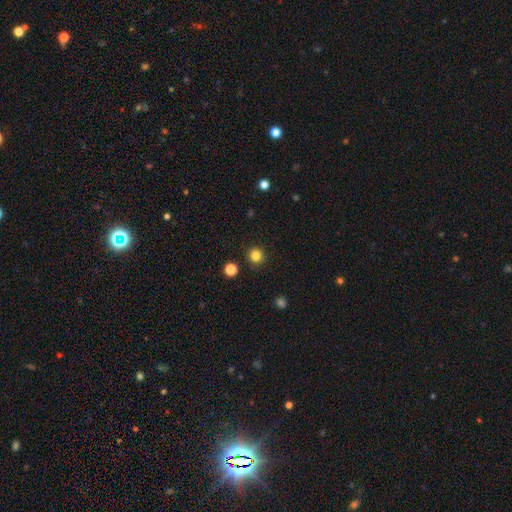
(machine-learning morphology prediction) Overall: smooth (83%). How rounded: round (94%). Merging: none (91%).